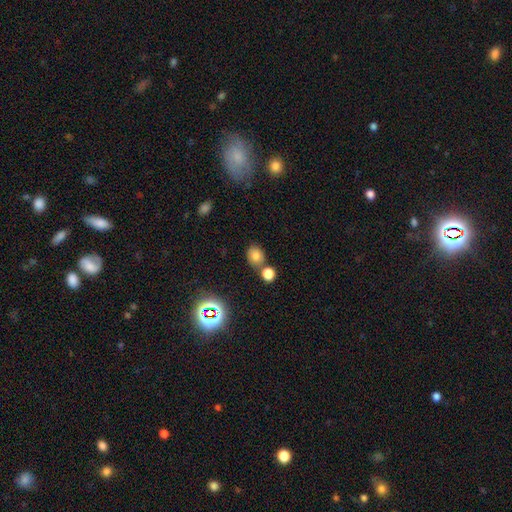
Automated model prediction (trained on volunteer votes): Smooth or featured?
  - smooth: 76% *
  - star or artifact: 16%
  - featured or disk: 8%
How rounded?
  - round: 50% *
  - in between: 49%
  - cigar-shaped: 1%
Merging?
  - none: 63% *
  - merger: 22%
  - minor disturbance: 11%
  - major disturbance: 4%